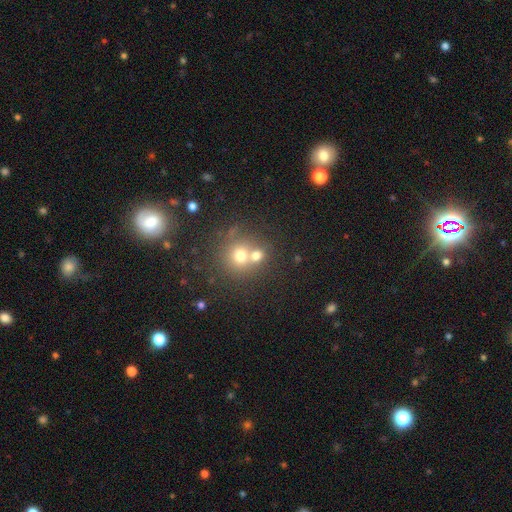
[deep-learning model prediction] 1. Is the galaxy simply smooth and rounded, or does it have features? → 67% smooth, 17% featured or disk, 15% star or artifact.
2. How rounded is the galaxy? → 83% round, 16% in between, 1% cigar-shaped.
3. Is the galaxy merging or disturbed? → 54% merger, 37% none, 6% minor disturbance, 3% major disturbance.